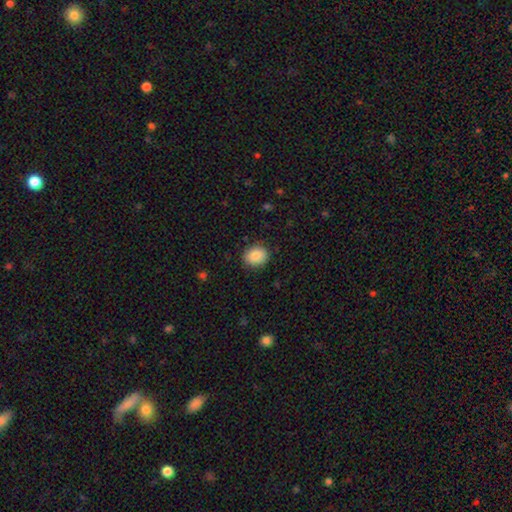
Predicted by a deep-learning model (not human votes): Morphology: type=smooth (87%); roundness=round (62%); merging=none (88%).